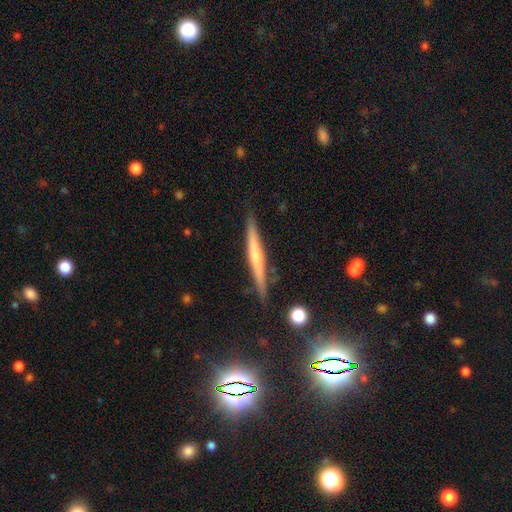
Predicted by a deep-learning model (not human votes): Overall: featured or disk (61%; smooth 31%). Edge-on disk: yes (97%). Edge-on bulge: rounded (58%; none 36%). Merging: none (87%).